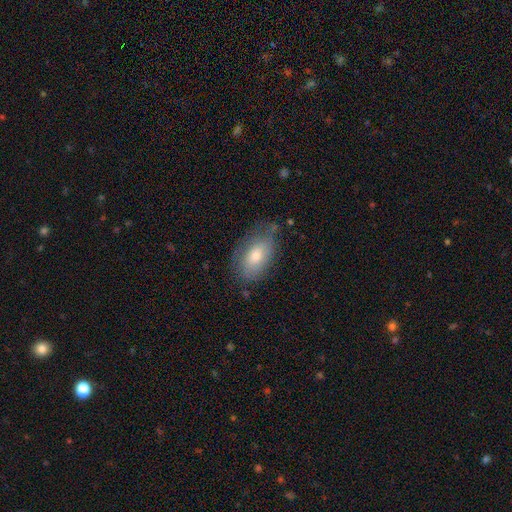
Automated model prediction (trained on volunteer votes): A smooth galaxy with no disk features (69%) that is in between round and cigar-shaped (92%).

Vote fractions:
- Smooth or featured? smooth: 69% / featured or disk: 23% / star or artifact: 7%
- How rounded? in between: 92% / round: 6% / cigar-shaped: 2%
- Merging? none: 64% / minor disturbance: 26% / major disturbance: 7% / merger: 2%